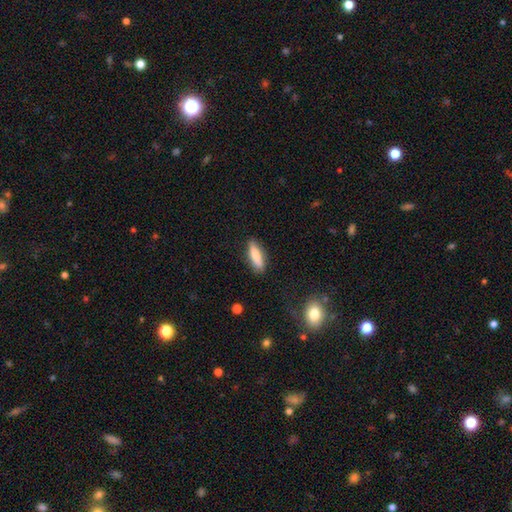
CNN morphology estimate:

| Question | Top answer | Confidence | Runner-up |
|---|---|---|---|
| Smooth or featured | smooth | 73% | featured or disk (21%) |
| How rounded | cigar-shaped | 55% | in between (43%) |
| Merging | none | 85% | minor disturbance (11%) |